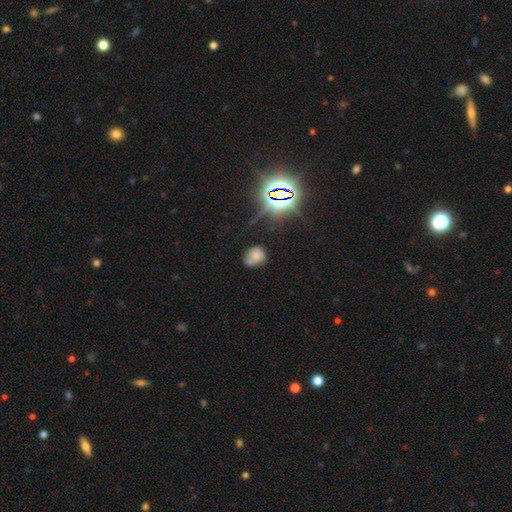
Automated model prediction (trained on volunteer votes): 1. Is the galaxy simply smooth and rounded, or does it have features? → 58% smooth, 22% star or artifact, 21% featured or disk.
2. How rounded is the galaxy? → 66% round, 32% in between, 1% cigar-shaped.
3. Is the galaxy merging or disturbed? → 49% none, 26% minor disturbance, 15% merger, 11% major disturbance.